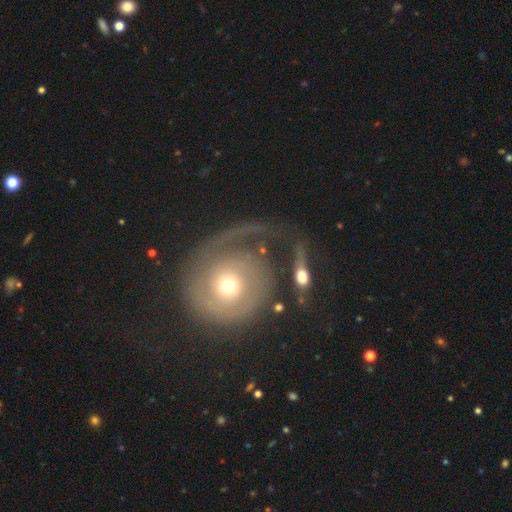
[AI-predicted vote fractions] This is likely a featured or disk galaxy (71%). It is clearly not viewed edge-on (97%). Bar: likely no (80%). Spiral arm pattern: clearly yes (80%). Spiral arm count: possibly 1 (51%). Spiral winding: possibly tight (56%). Central bulge: possibly moderate (56%). Merging: marginally none (41%).